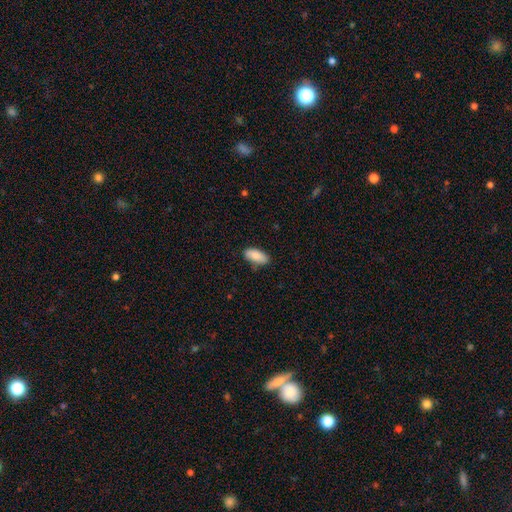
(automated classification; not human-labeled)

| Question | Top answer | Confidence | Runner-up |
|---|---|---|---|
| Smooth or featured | smooth | 86% | featured or disk (8%) |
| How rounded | in between | 89% | cigar-shaped (8%) |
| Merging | none | 83% | minor disturbance (13%) |